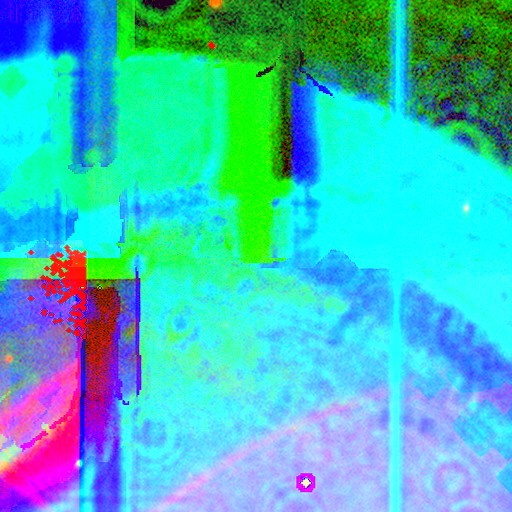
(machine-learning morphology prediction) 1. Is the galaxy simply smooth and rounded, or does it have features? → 84% star or artifact, 9% featured or disk, 6% smooth.